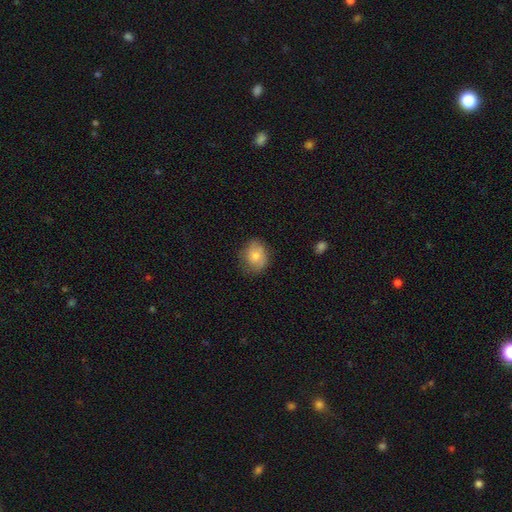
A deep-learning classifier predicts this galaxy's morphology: Overall: smooth (75%). How rounded: round (59%; in between 40%). Merging: none (71%).